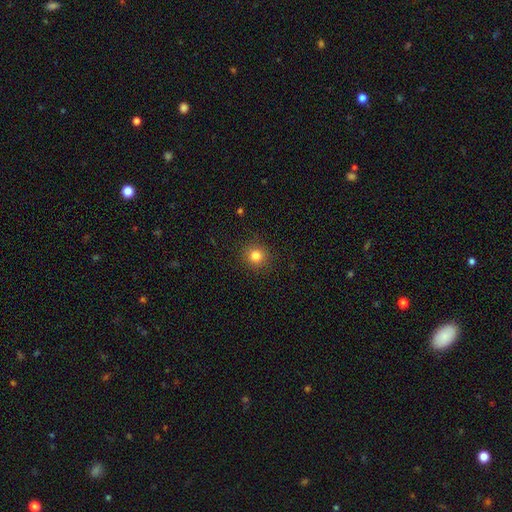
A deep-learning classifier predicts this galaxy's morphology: Overall: smooth (81%). How rounded: round (92%). Merging: none (90%).